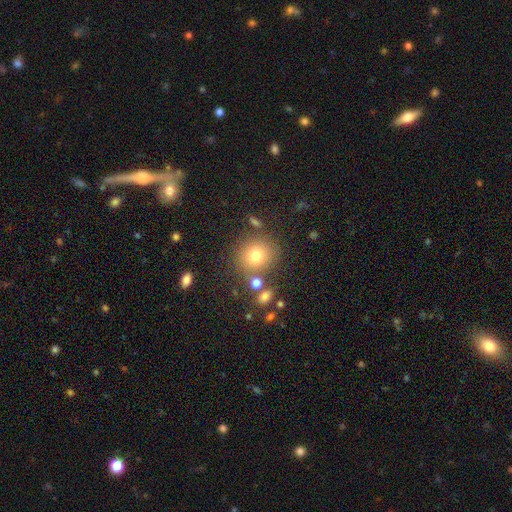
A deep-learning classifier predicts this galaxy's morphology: Q: Smooth or featured?
A: smooth (74%); runner-up: star or artifact (15%)
Q: How rounded?
A: round (88%); runner-up: in between (11%)
Q: Merging?
A: none (78%); runner-up: minor disturbance (10%)